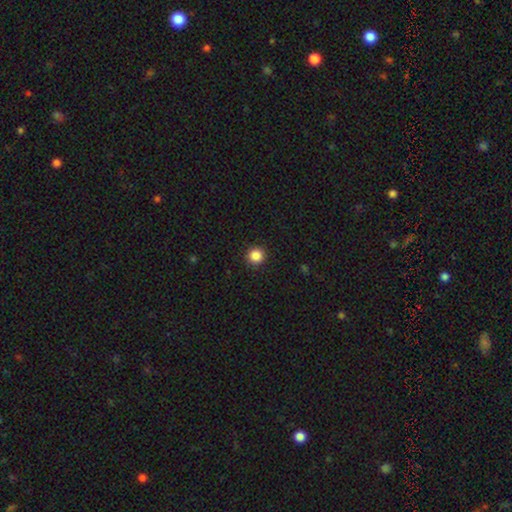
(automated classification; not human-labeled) This is clearly a smooth galaxy (86%). How rounded: clearly round (95%). Merging: clearly none (93%).